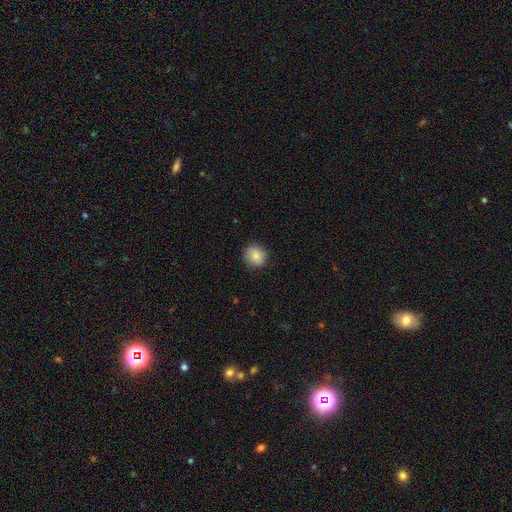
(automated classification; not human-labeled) This is clearly a smooth galaxy (85%). How rounded: clearly round (87%). Merging: clearly none (88%).